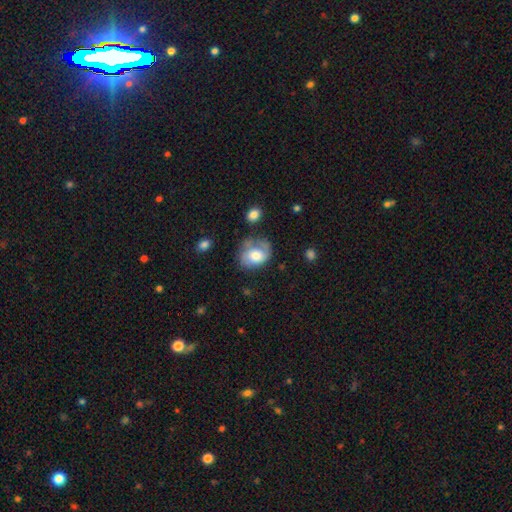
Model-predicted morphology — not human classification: smooth-or-featured: smooth: 53% | featured or disk: 39% | star or artifact: 8%
  how-rounded: in between: 56% | round: 44% | cigar-shaped: 1%
  merging: none: 45% | minor disturbance: 29% | major disturbance: 18% | merger: 7%